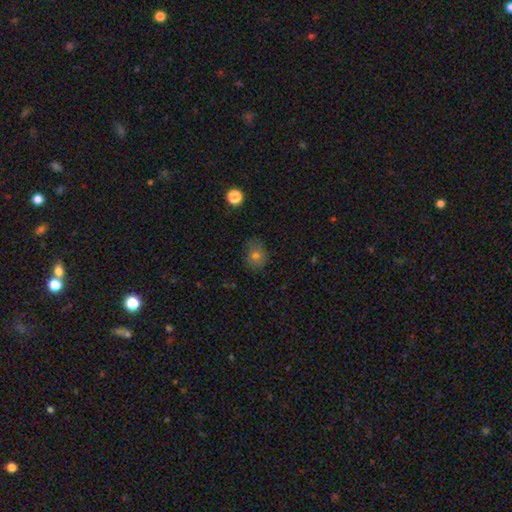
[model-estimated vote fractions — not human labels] Smooth or featured? smooth (73%)
How rounded? round (64%)
Merging? none (76%)